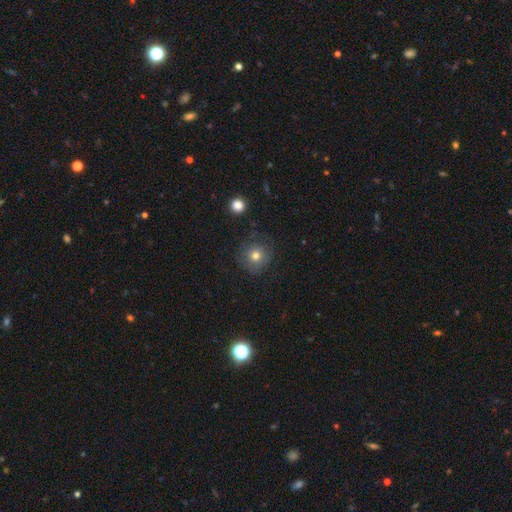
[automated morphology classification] Smooth or featured?
  - smooth: 76% *
  - star or artifact: 13%
  - featured or disk: 12%
How rounded?
  - round: 93% *
  - in between: 6%
  - cigar-shaped: 1%
Merging?
  - none: 80% *
  - minor disturbance: 13%
  - major disturbance: 5%
  - merger: 2%